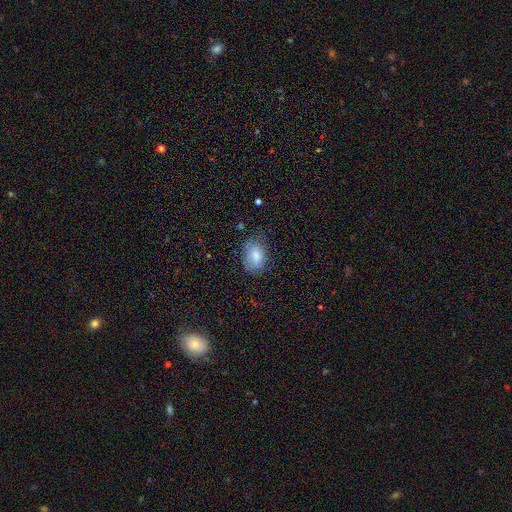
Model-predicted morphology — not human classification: smooth 76%, featured or disk 16%, star or artifact 9%. Down the decision tree: how rounded — in between (84%); merging — none (66%).